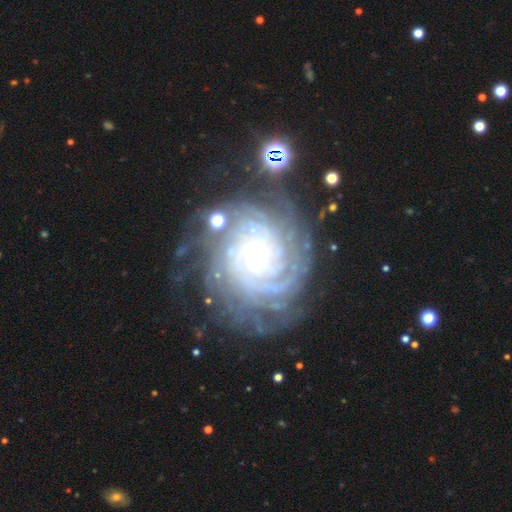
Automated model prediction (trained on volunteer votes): featured or disk 90%, star or artifact 6%, smooth 4%. Down the decision tree: edge-on disk — no (97%); bar — no (74%); spiral arms — yes (98%); spiral arm count — more than 4 (32%); spiral winding — tight (83%); bulge size — small (76%); merging — none (70%).